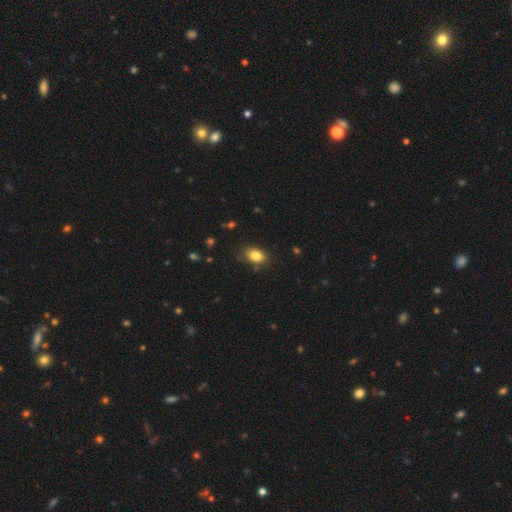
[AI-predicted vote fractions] smooth 84%, star or artifact 9%, featured or disk 7%. Down the decision tree: how rounded — in between (79%); merging — none (78%).